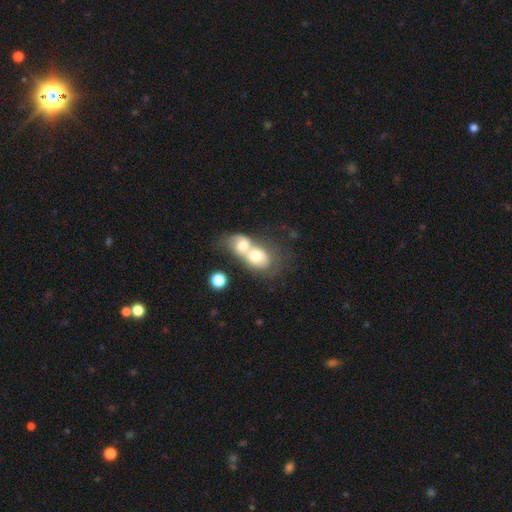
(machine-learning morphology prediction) This is possibly a smooth galaxy (59%). How rounded: possibly in between (55%). Merging: clearly merger (83%).